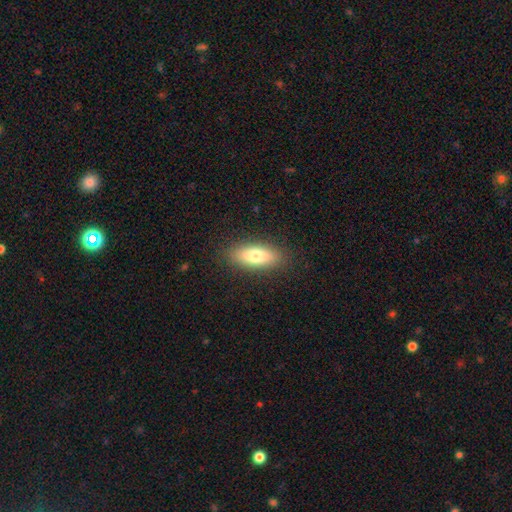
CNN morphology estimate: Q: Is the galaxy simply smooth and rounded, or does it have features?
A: smooth — 76%.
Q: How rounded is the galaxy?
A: in between — 74%.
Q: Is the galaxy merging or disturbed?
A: none — 88%.